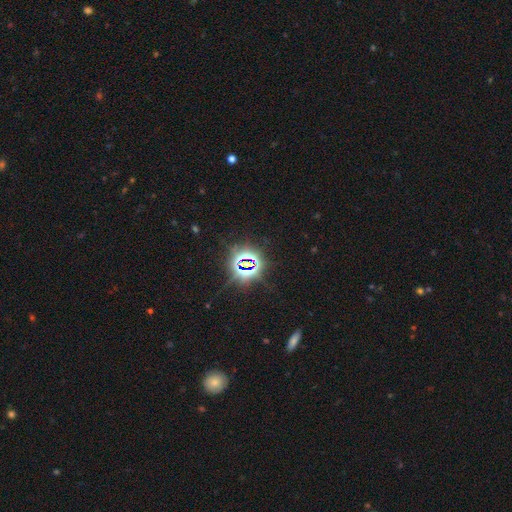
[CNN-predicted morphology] Q: Smooth or featured?
A: star or artifact (81%); runner-up: smooth (12%)